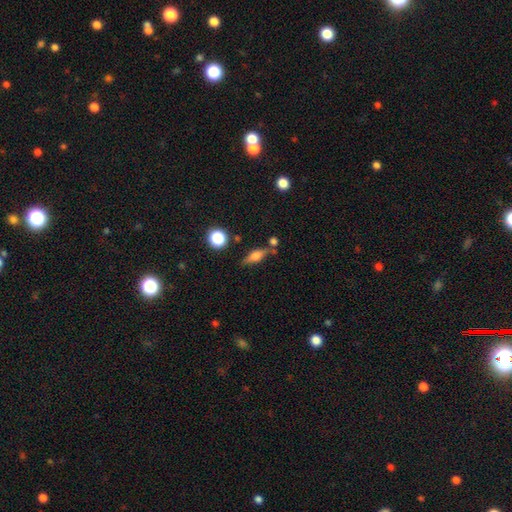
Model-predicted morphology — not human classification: This is possibly a smooth galaxy (49%). Merging: likely none (65%).